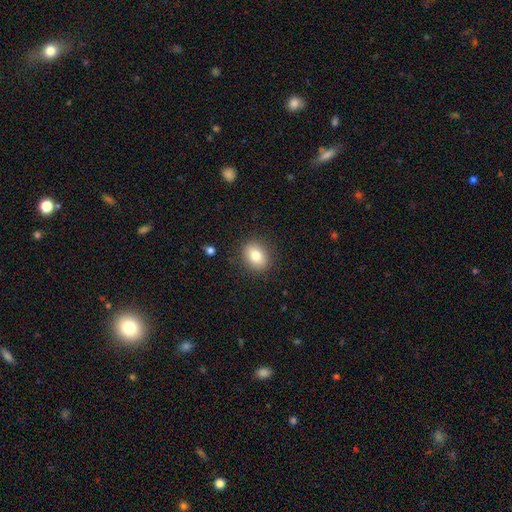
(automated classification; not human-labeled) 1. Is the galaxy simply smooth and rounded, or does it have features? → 80% smooth, 11% featured or disk, 9% star or artifact.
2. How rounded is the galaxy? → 54% in between, 45% round, 1% cigar-shaped.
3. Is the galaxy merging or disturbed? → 88% none, 8% minor disturbance, 3% major disturbance, 1% merger.